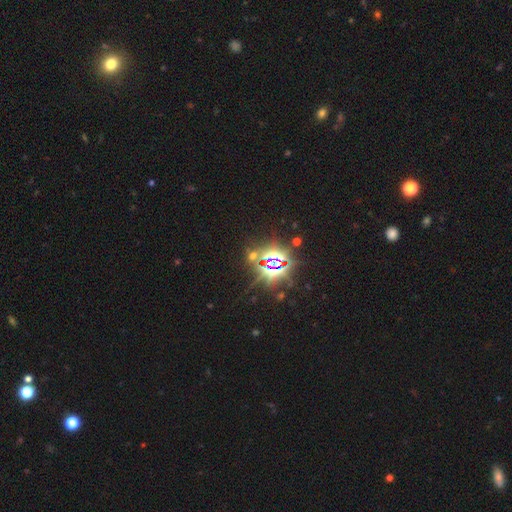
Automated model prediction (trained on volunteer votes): Morphology: type=star or artifact (84%).